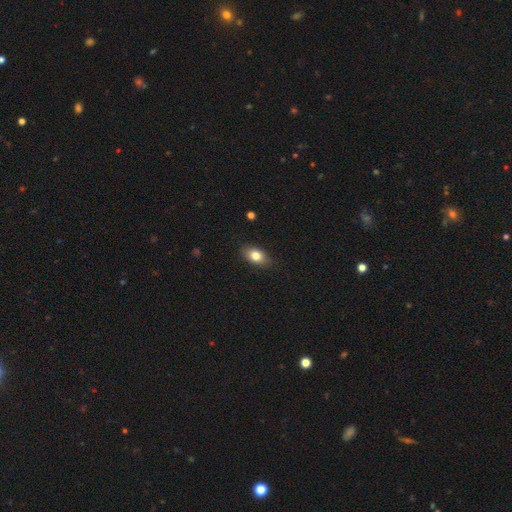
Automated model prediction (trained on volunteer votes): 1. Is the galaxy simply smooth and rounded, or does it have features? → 79% smooth, 13% featured or disk, 8% star or artifact.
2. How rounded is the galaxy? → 86% in between, 11% round, 4% cigar-shaped.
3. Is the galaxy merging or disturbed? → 86% none, 11% minor disturbance, 2% major disturbance, 1% merger.